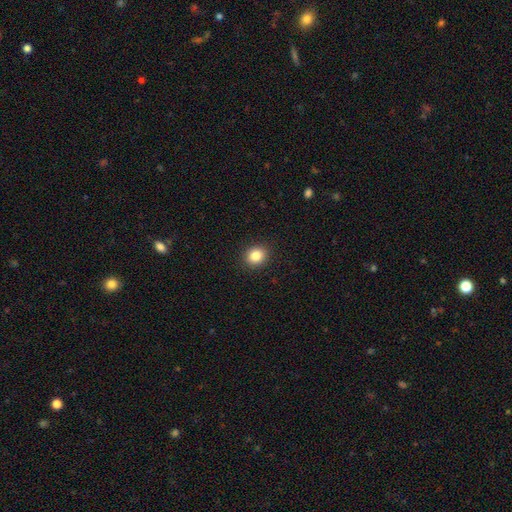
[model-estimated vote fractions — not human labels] The model was most divided on "how rounded": round: 74%, in between: 25%, cigar-shaped: 1%. More confident: merging — none (91%); smooth or featured — smooth (84%).